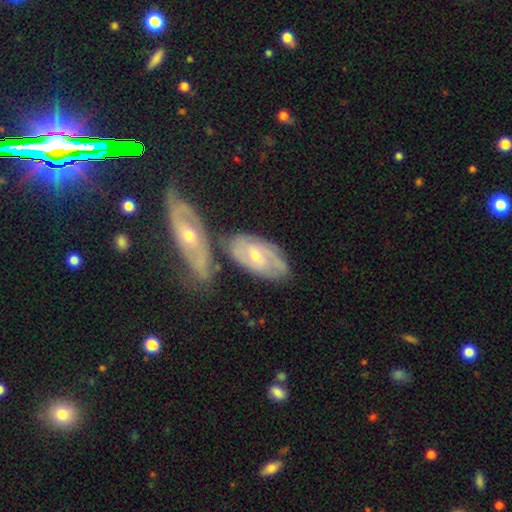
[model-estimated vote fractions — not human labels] Morphology: type=featured or disk (72%); edge-on=no (91%); bar=no (51%); spiral arms=yes (85%); winding=tight (57%); arm count=2 (42%); bulge=small (56%); merging=none (55%).